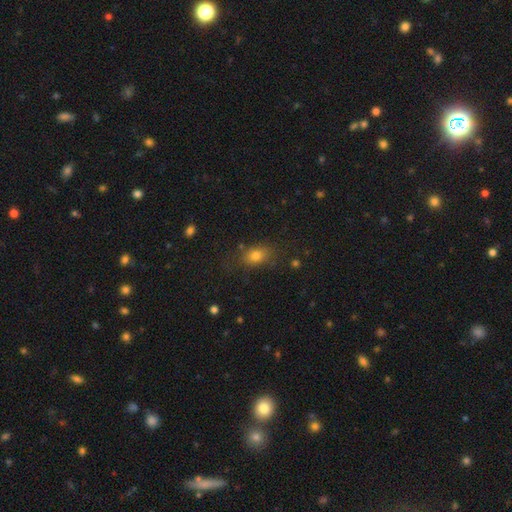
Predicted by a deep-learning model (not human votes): Smooth or featured? Predicted: smooth (p=0.77). How rounded? Predicted: in between (p=0.72). Merging? Predicted: none (p=0.74).